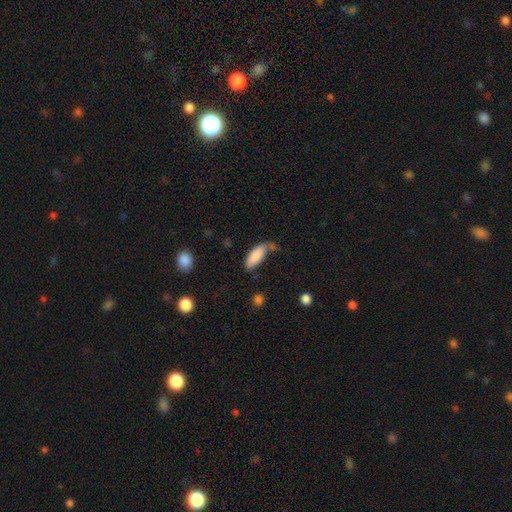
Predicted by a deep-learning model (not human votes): The model was most divided on "merging": none: 46%, minor disturbance: 29%, major disturbance: 14%, merger: 11%. More confident: smooth or featured — smooth (85%); how rounded — in between (79%).